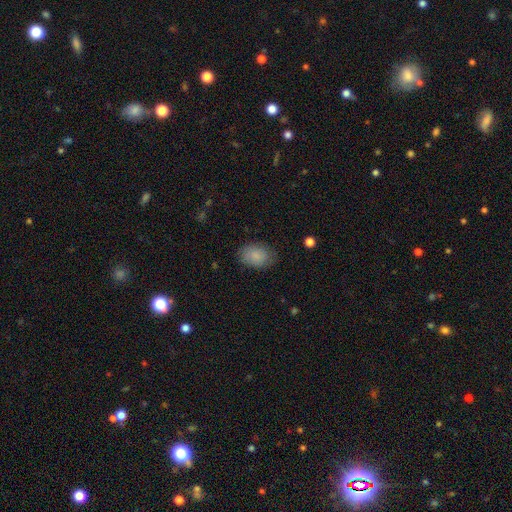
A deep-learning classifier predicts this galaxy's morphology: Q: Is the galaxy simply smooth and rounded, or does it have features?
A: smooth — 86%.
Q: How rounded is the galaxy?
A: in between — 80%.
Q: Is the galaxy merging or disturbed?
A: none — 79%.